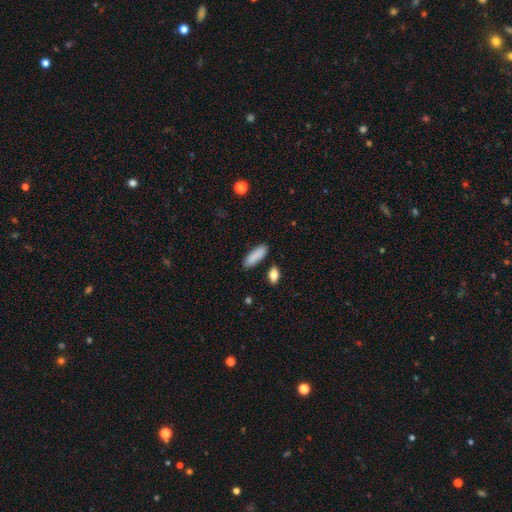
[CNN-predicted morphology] The model was most divided on "how rounded": in between: 57%, cigar-shaped: 41%, round: 2%. More confident: smooth or featured — smooth (88%); merging — none (82%).